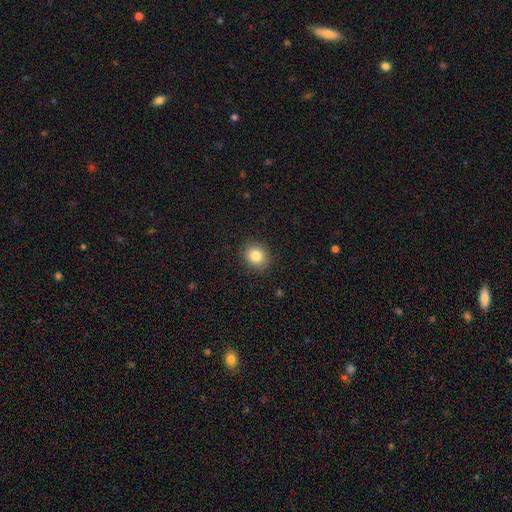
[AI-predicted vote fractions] Smooth or featured: smooth — 84% (star or artifact — 10%)
How rounded: round — 77% (in between — 22%)
Merging: none — 88% (minor disturbance — 8%)